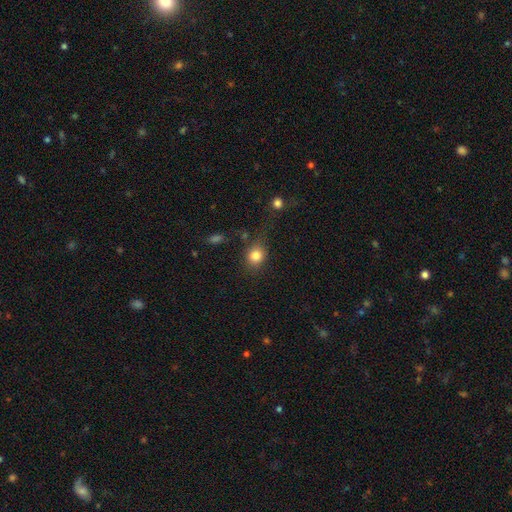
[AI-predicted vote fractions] A smooth galaxy with no disk features (82%) that is round (71%).

Vote fractions:
- Smooth or featured? smooth: 82% / star or artifact: 11% / featured or disk: 7%
- How rounded? round: 71% / in between: 27% / cigar-shaped: 1%
- Merging? none: 64% / minor disturbance: 19% / major disturbance: 10% / merger: 7%